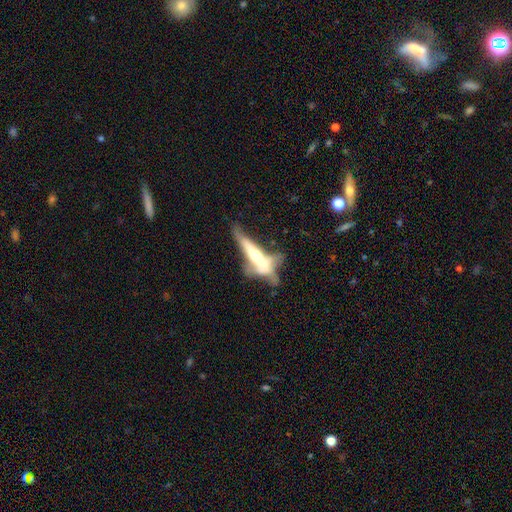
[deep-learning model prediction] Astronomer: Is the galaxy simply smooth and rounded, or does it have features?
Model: featured or disk — 57% (runner-up: smooth, 35%).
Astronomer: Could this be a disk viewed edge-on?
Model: yes — 67%.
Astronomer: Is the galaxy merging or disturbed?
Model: merger — 48%.